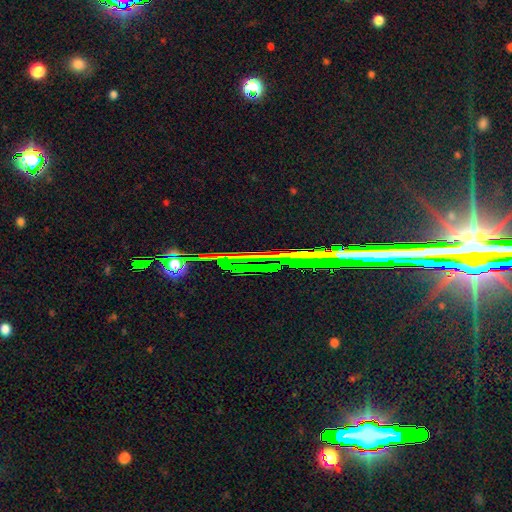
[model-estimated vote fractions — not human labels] Q: Smooth or featured?
A: star or artifact (76%); runner-up: featured or disk (15%)